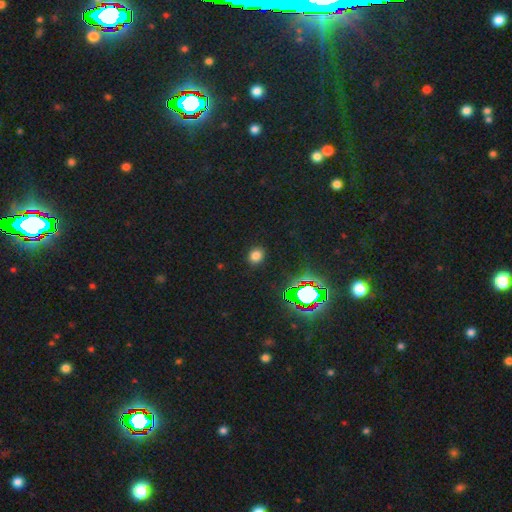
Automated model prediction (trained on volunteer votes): This is likely a smooth galaxy (74%). How rounded: likely round (68%). Merging: clearly none (89%).